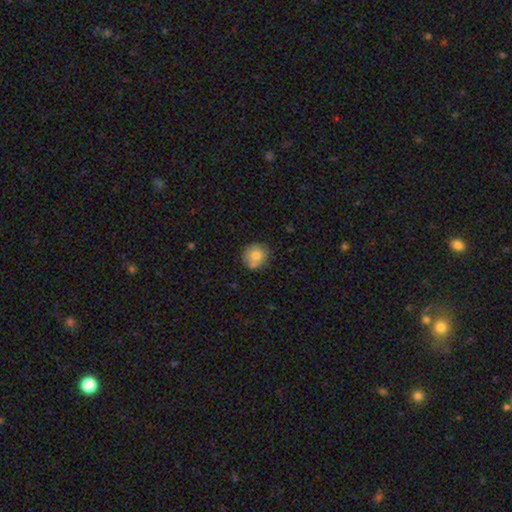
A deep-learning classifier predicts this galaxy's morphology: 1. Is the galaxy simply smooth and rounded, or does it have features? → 76% smooth, 16% featured or disk, 9% star or artifact.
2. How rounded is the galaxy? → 89% round, 10% in between, 1% cigar-shaped.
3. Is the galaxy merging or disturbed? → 68% none, 16% minor disturbance, 13% merger, 4% major disturbance.